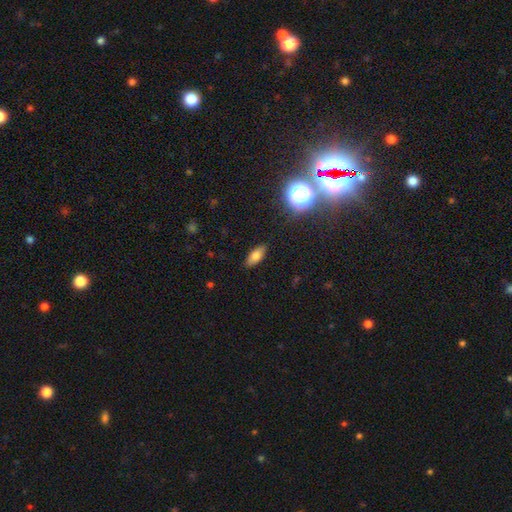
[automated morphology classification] Smooth or featured? Predicted: smooth (p=0.75). How rounded? Predicted: in between (p=0.80). Merging? Predicted: none (p=0.87).